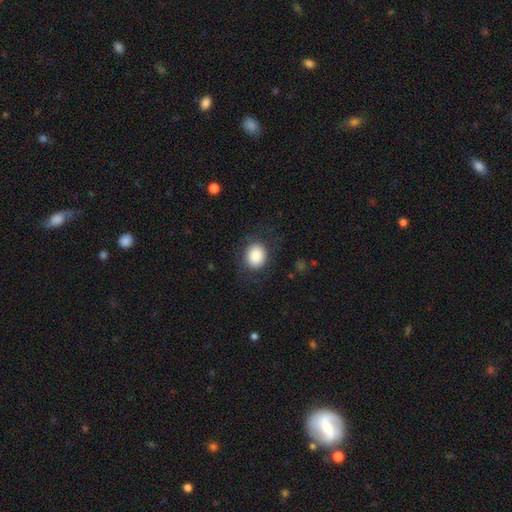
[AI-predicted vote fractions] Smooth or featured: smooth — 85% (star or artifact — 8%)
How rounded: round — 68% (in between — 32%)
Merging: none — 82% (minor disturbance — 11%)